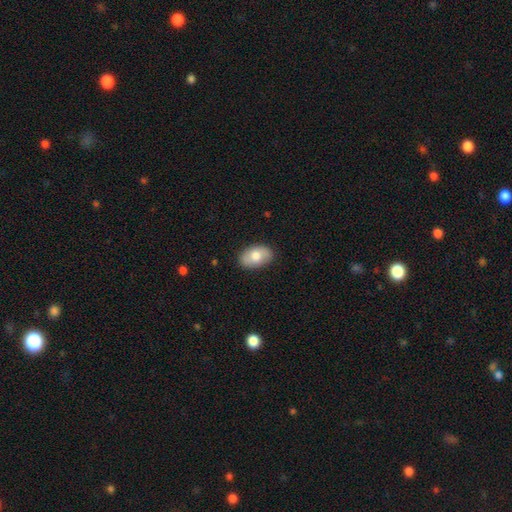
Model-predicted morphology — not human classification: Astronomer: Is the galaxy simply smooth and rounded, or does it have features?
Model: smooth — 74%.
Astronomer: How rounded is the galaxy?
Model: in between — 89%.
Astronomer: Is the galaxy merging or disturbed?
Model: none — 85%.